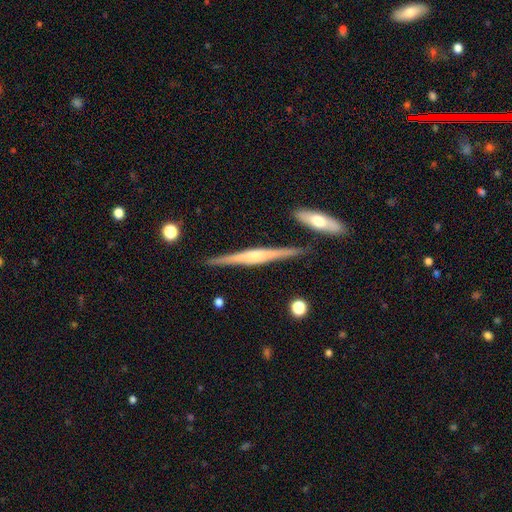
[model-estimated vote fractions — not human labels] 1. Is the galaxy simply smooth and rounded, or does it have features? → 75% featured or disk, 19% smooth, 5% star or artifact.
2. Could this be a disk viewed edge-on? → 98% yes, 2% no.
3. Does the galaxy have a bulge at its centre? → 71% rounded, 19% boxy, 10% none.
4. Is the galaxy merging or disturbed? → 87% none, 8% minor disturbance, 3% merger, 2% major disturbance.